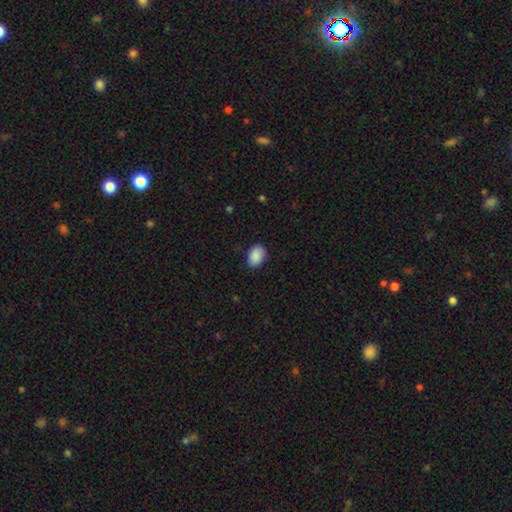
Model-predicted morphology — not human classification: A smooth galaxy with no disk features (89%) that is in between round and cigar-shaped (79%). Merging: none (80%).